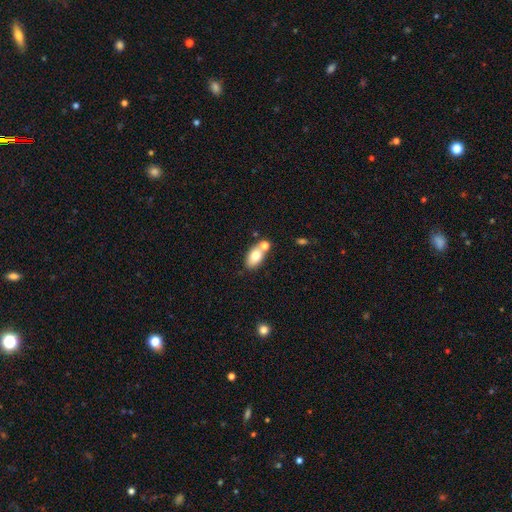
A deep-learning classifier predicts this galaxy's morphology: Smooth or featured? smooth (74%)
How rounded? in between (88%)
Merging? none (50%)